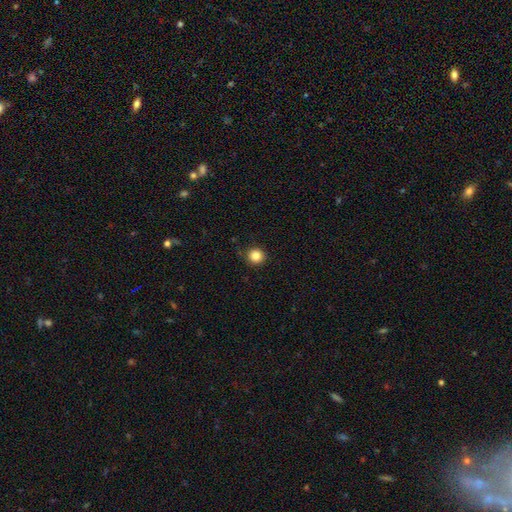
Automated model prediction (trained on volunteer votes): Q: Smooth or featured?
A: smooth (84%); runner-up: star or artifact (11%)
Q: How rounded?
A: round (94%); runner-up: in between (5%)
Q: Merging?
A: none (89%); runner-up: minor disturbance (8%)